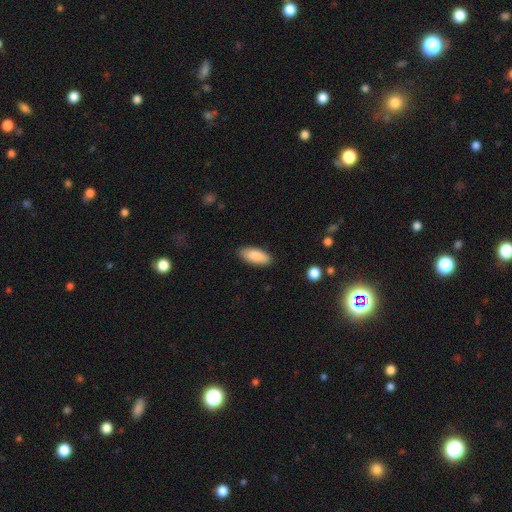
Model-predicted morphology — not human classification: A smooth galaxy with no disk features (87%) that is in between round and cigar-shaped (80%).

Vote fractions:
- Smooth or featured? smooth: 87% / featured or disk: 7% / star or artifact: 6%
- How rounded? in between: 80% / cigar-shaped: 19% / round: 2%
- Merging? none: 87% / minor disturbance: 10% / major disturbance: 2% / merger: 1%